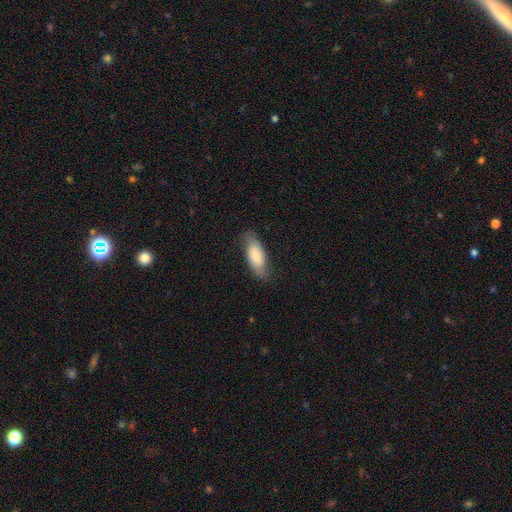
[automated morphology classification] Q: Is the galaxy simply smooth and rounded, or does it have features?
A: smooth — 73%.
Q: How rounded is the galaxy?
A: in between — 79%.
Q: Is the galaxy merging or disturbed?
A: none — 77%.